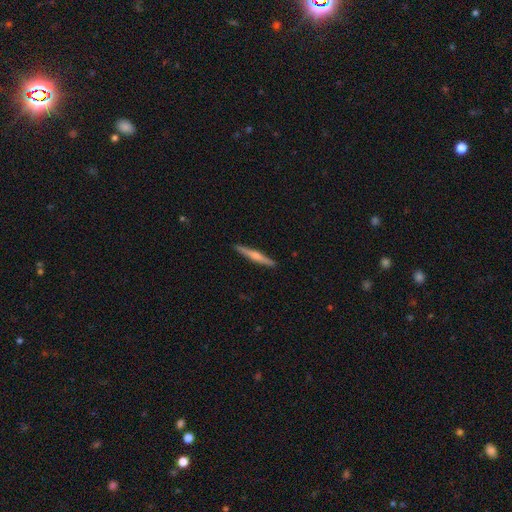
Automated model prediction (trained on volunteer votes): smooth-or-featured: featured or disk: 53% | smooth: 42% | star or artifact: 6%
  disk-edge-on: yes: 97% | no: 3%
    edge-on-bulge: rounded: 72% | none: 19% | boxy: 9%
  merging: none: 91% | minor disturbance: 7% | major disturbance: 1% | merger: 1%